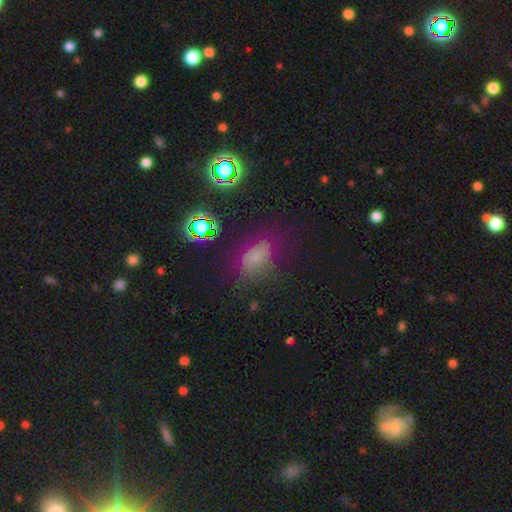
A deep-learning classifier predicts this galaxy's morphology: This appears to be a smooth galaxy with no disk features (53%) that is in between round and cigar-shaped (80%). Merging: none (64%).